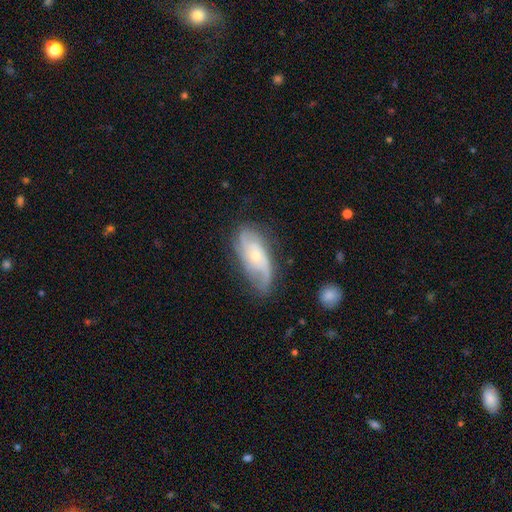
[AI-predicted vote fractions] smooth-or-featured: featured or disk: 72% | smooth: 21% | star or artifact: 6%
  disk-edge-on: no: 91% | yes: 9%
    bar: no: 71% | weak: 25% | strong: 5%
    has-spiral-arms: yes: 91% | no: 9%
      spiral-winding: medium: 41% | tight: 31% | loose: 28%
      spiral-arm-count: 2: 45% | can't tell: 29% | 3: 13% | 1: 7% | 4: 4% | more than 4: 3%
    bulge-size: small: 68% | moderate: 28% | none: 2% | large: 2% | dominant: 1%
  merging: none: 62% | minor disturbance: 25% | major disturbance: 11% | merger: 2%